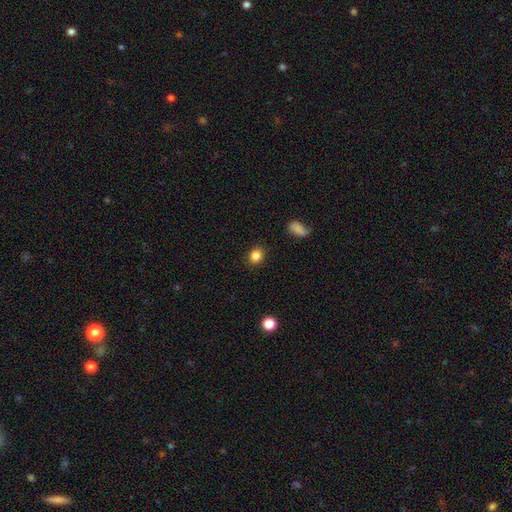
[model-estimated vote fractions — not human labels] Q: Smooth or featured?
A: smooth (85%); runner-up: star or artifact (10%)
Q: How rounded?
A: round (71%); runner-up: in between (28%)
Q: Merging?
A: none (87%); runner-up: minor disturbance (9%)